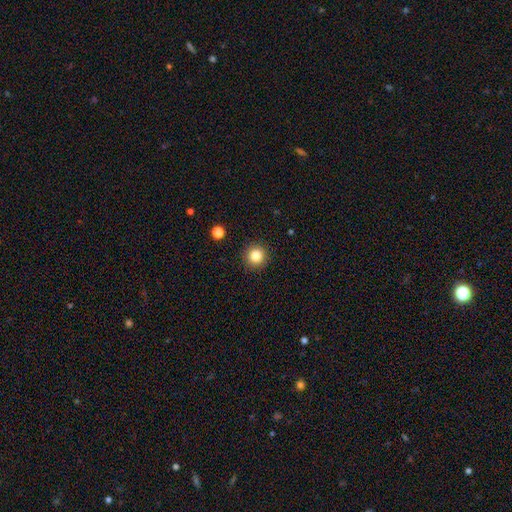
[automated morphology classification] smooth-or-featured: smooth: 83% | star or artifact: 11% | featured or disk: 6%
  how-rounded: round: 94% | in between: 5% | cigar-shaped: 1%
  merging: none: 92% | minor disturbance: 5% | major disturbance: 2% | merger: 1%